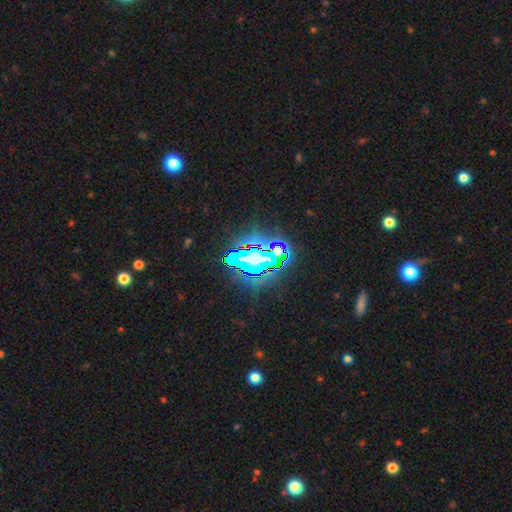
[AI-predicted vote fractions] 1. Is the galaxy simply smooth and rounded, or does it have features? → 78% star or artifact, 11% smooth, 10% featured or disk.